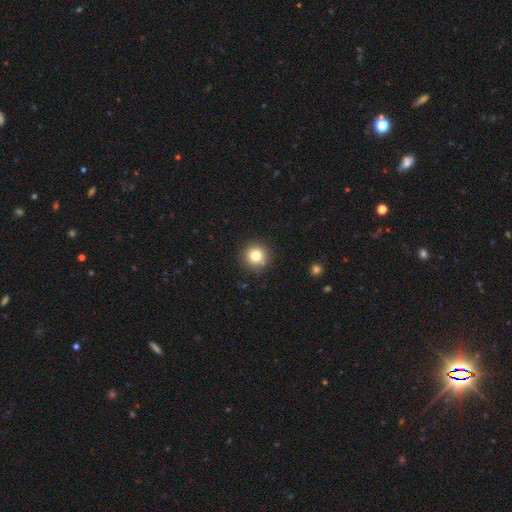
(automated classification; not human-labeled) This appears to be a smooth galaxy with no disk features (79%) that is round (95%). Merging: none (89%).